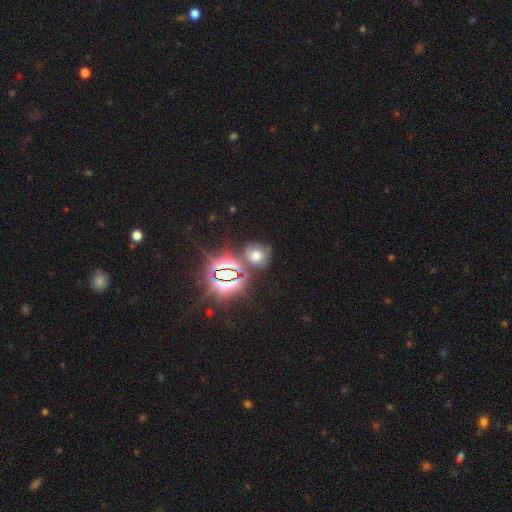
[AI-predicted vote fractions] A smooth galaxy with no disk features (49%).

Vote fractions:
- Smooth or featured? smooth: 49% / star or artifact: 37% / featured or disk: 13%
- Merging? none: 67% / minor disturbance: 15% / merger: 11% / major disturbance: 7%